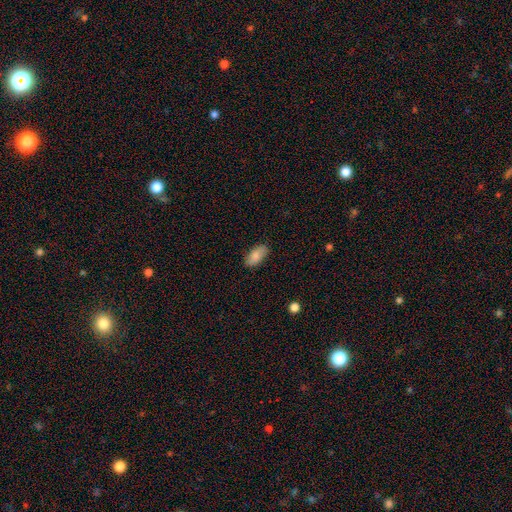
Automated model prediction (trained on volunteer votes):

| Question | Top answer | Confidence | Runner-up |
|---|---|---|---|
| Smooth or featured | smooth | 85% | featured or disk (8%) |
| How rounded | in between | 92% | cigar-shaped (6%) |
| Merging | none | 86% | minor disturbance (11%) |